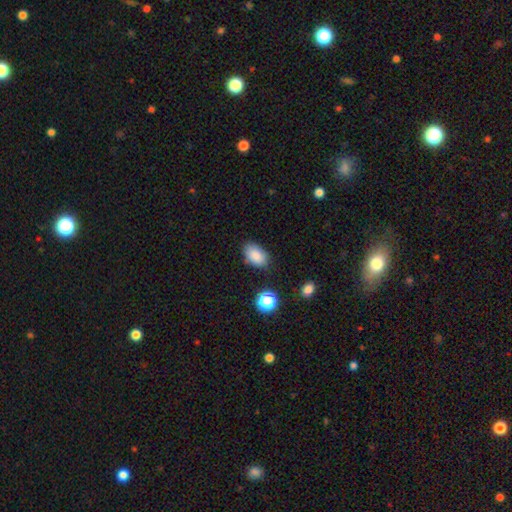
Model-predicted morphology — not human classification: Smooth or featured: smooth — 86% (star or artifact — 9%)
How rounded: in between — 89% (round — 10%)
Merging: none — 79% (minor disturbance — 15%)